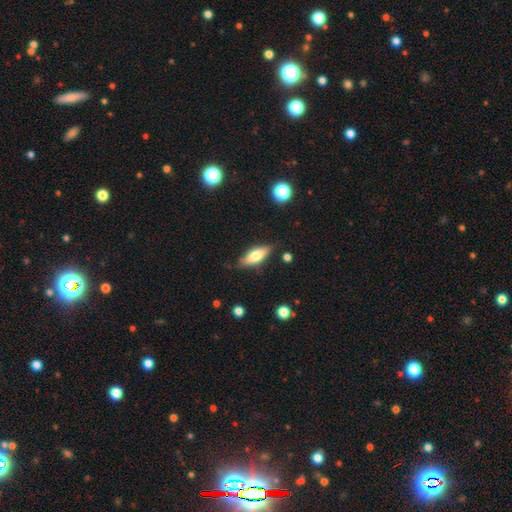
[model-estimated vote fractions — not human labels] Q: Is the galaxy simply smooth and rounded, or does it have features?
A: smooth — 59%.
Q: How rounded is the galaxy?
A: in between — 64%.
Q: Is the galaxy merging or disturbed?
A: none — 82%.